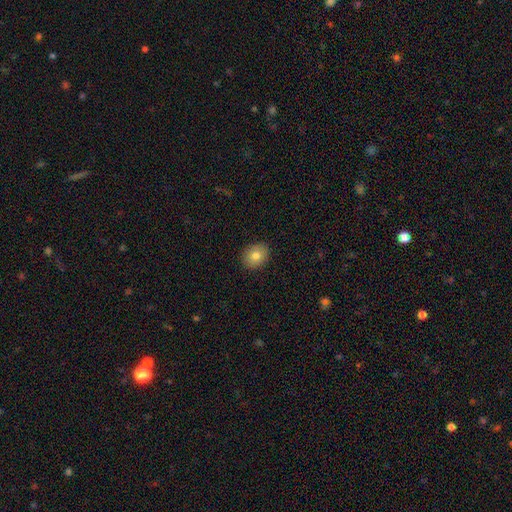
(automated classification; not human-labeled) smooth 80%, featured or disk 11%, star or artifact 9%. Down the decision tree: how rounded — round (58%); merging — none (90%).